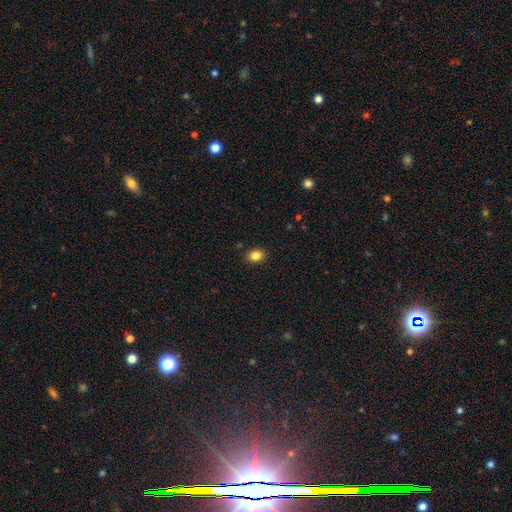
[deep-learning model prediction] The model was most divided on "how rounded": in between: 53%, round: 46%, cigar-shaped: 1%. More confident: merging — none (90%); smooth or featured — smooth (85%).